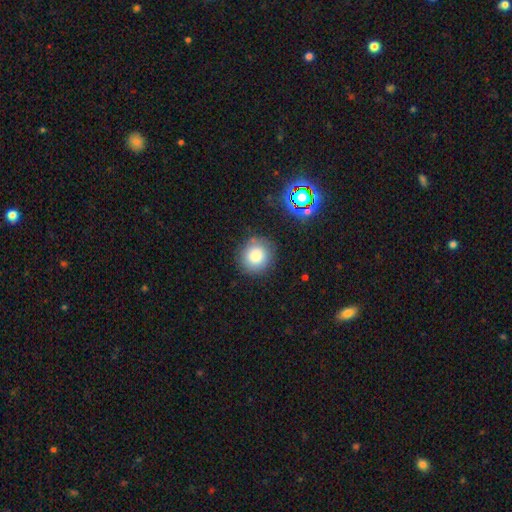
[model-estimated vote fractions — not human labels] Smooth or featured?
  - smooth: 82% *
  - star or artifact: 11%
  - featured or disk: 6%
How rounded?
  - round: 91% *
  - in between: 8%
  - cigar-shaped: 1%
Merging?
  - none: 86% *
  - minor disturbance: 9%
  - major disturbance: 3%
  - merger: 2%